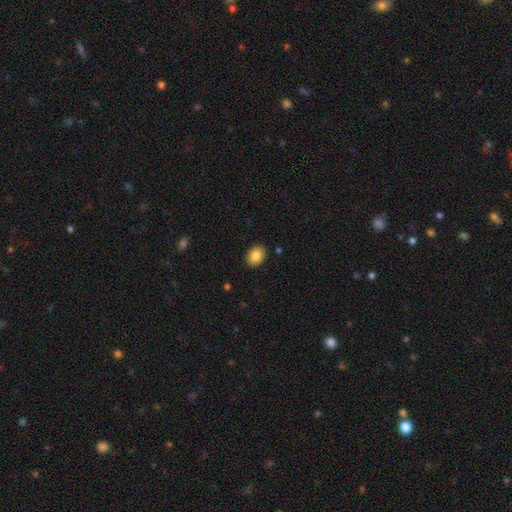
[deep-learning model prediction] Smooth or featured? Predicted: smooth (p=0.84). How rounded? Predicted: in between (p=0.62). Merging? Predicted: none (p=0.90).